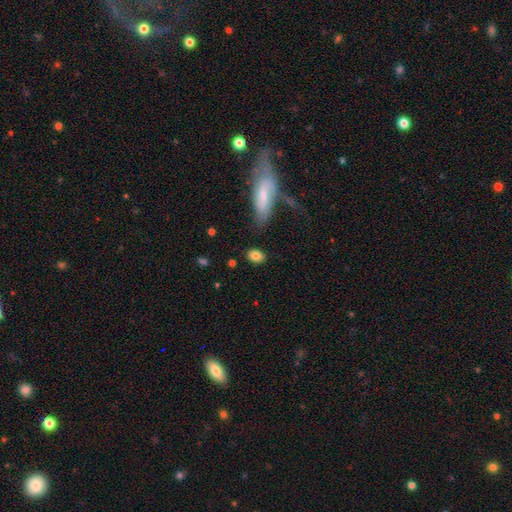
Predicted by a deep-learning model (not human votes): smooth-or-featured: smooth: 81% | featured or disk: 11% | star or artifact: 8%
  how-rounded: in between: 78% | round: 19% | cigar-shaped: 3%
  merging: none: 81% | minor disturbance: 12% | major disturbance: 4% | merger: 3%